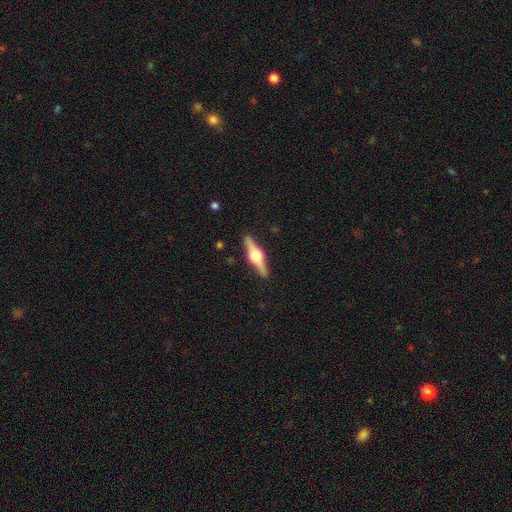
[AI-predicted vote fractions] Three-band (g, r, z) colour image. It shows a featured or disk galaxy (79%) viewed edge-on (98%) with a rounded central bulge (95%). Merging: none (91%).